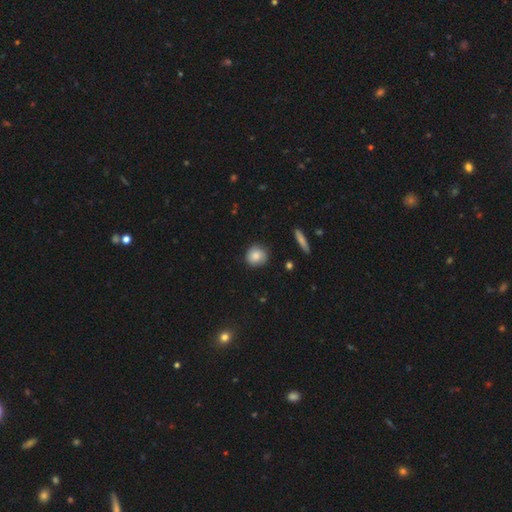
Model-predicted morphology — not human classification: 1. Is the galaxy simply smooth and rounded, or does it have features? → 83% smooth, 9% featured or disk, 8% star or artifact.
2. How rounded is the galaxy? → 87% round, 12% in between, 1% cigar-shaped.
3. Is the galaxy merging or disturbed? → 84% none, 12% minor disturbance, 2% major disturbance, 1% merger.